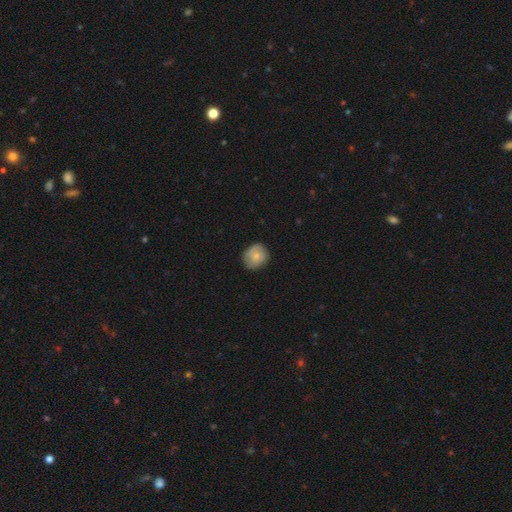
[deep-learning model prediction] Q: Smooth or featured?
A: smooth (70%); runner-up: featured or disk (23%)
Q: How rounded?
A: round (78%); runner-up: in between (21%)
Q: Merging?
A: none (75%); runner-up: minor disturbance (20%)